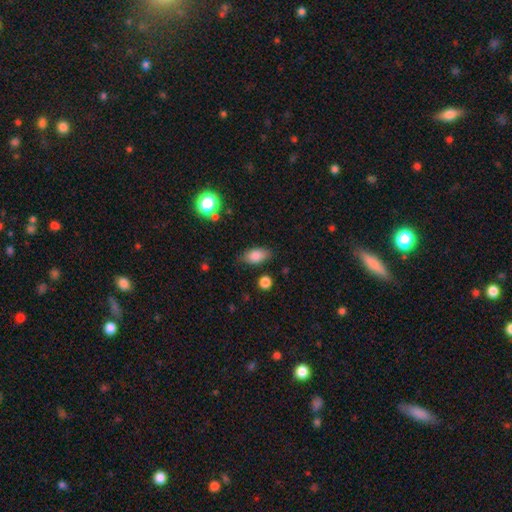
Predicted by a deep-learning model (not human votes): smooth 84%, star or artifact 9%, featured or disk 8%. Down the decision tree: how rounded — in between (88%); merging — none (78%).